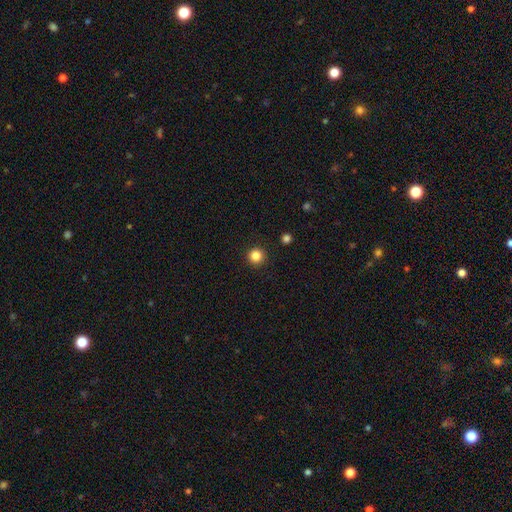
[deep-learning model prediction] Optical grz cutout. It shows a smooth galaxy with no disk features (85%) that is round (95%). Merging: none (93%).